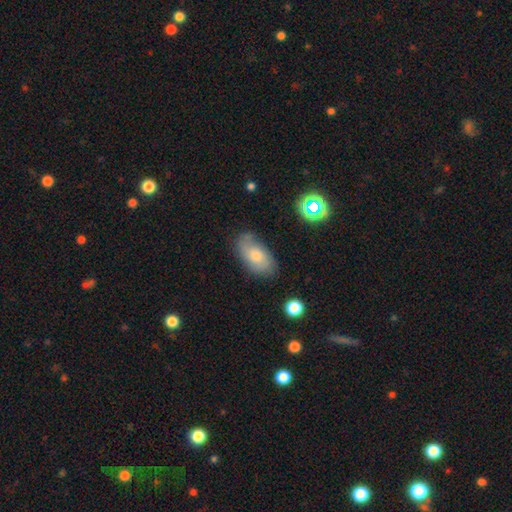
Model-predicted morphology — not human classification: smooth_or_featured: smooth (p=0.60) [alt: featured or disk p=0.29]
how_rounded: in between (p=0.92) [alt: round p=0.05]
merging: none (p=0.70) [alt: minor disturbance p=0.22]